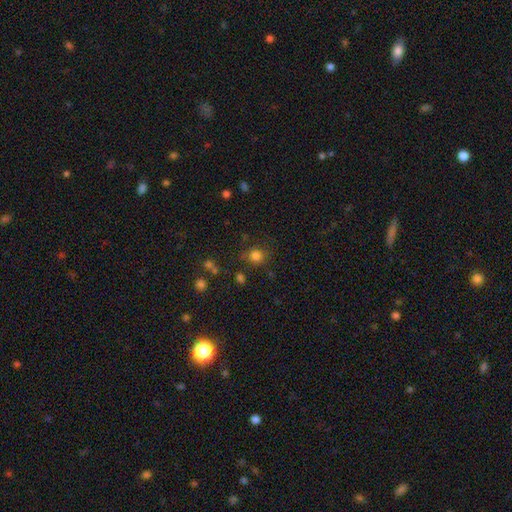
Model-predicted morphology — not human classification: A smooth galaxy with no disk features (80%) that is round (82%).

Vote fractions:
- Smooth or featured? smooth: 80% / star or artifact: 14% / featured or disk: 5%
- How rounded? round: 82% / in between: 17% / cigar-shaped: 1%
- Merging? none: 77% / minor disturbance: 14% / major disturbance: 5% / merger: 4%